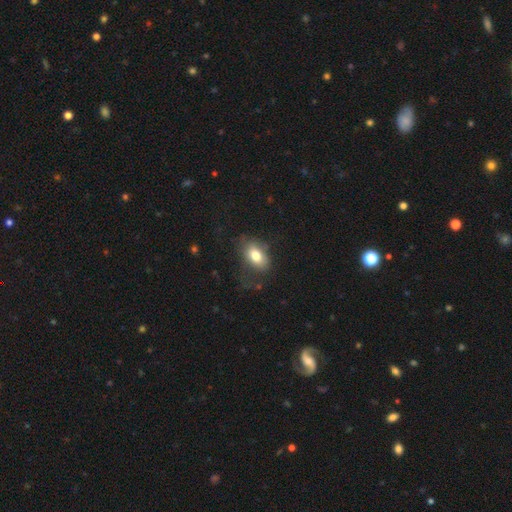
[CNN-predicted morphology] A smooth galaxy with no disk features (76%) that is in between round and cigar-shaped (87%).

Vote fractions:
- Smooth or featured? smooth: 76% / featured or disk: 15% / star or artifact: 8%
- How rounded? in between: 87% / round: 11% / cigar-shaped: 2%
- Merging? none: 61% / minor disturbance: 23% / major disturbance: 14% / merger: 2%